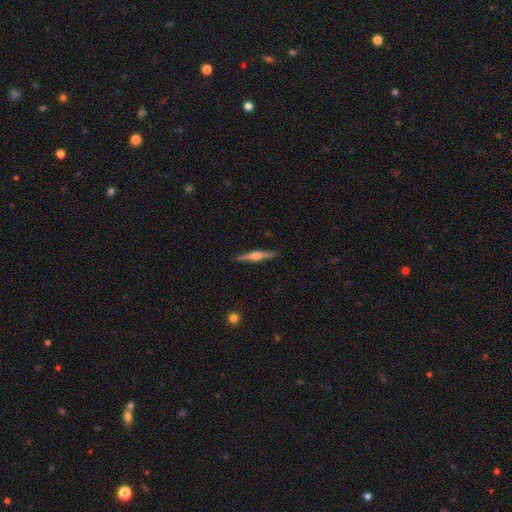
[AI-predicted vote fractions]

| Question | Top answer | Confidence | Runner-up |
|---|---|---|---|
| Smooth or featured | featured or disk | 68% | smooth (26%) |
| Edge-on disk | yes | 98% | no (2%) |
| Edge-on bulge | rounded | 86% | boxy (10%) |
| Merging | none | 91% | minor disturbance (7%) |